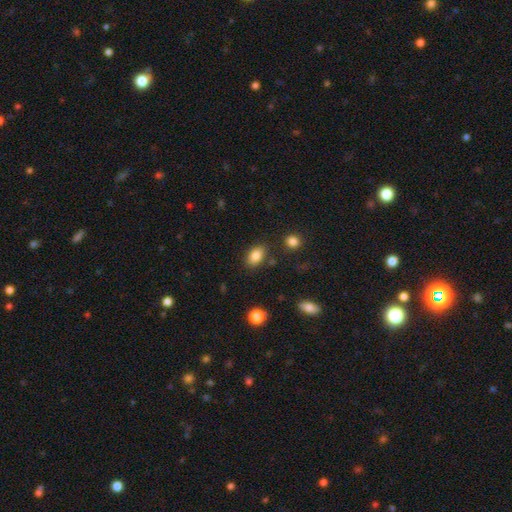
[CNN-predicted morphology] This appears to be a smooth galaxy with no disk features (85%) that is in between round and cigar-shaped (87%). Merging: none (81%).